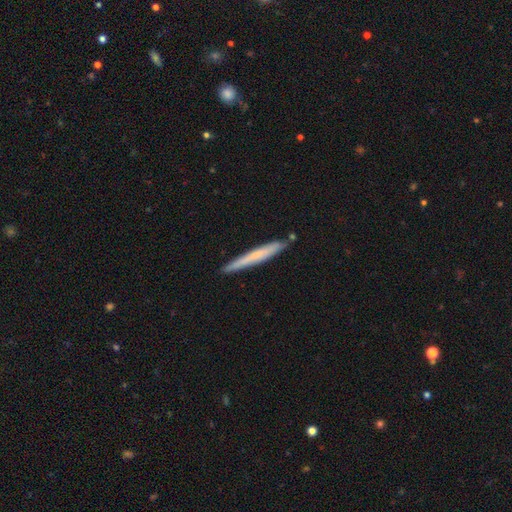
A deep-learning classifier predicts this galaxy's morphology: The model was most divided on "smooth or featured": smooth: 60%, featured or disk: 34%, star or artifact: 6%. More confident: how rounded — cigar-shaped (97%); merging — none (88%).